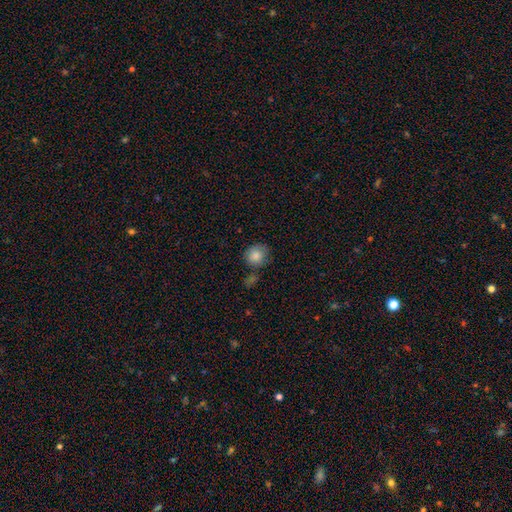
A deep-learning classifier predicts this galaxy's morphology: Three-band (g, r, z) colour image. It shows a smooth galaxy with no disk features (85%) that is round (82%). Merging: none (68%).